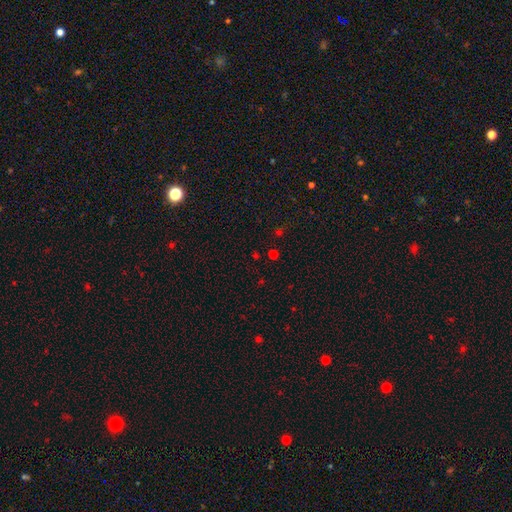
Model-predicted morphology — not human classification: The model was most divided on "smooth or featured" (2-way tie): smooth: 47%, star or artifact: 47%, featured or disk: 6%. More confident: merging — none (82%).